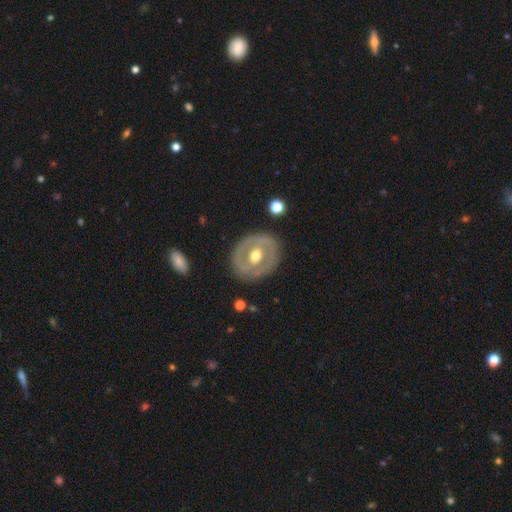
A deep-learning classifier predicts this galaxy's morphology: Overall: featured or disk (65%; smooth 30%). Edge-on disk: no (95%). Bar: no (62%; weak 26%). Spiral arms: no (79%). Bulge size: moderate (76%). Merging: none (81%).